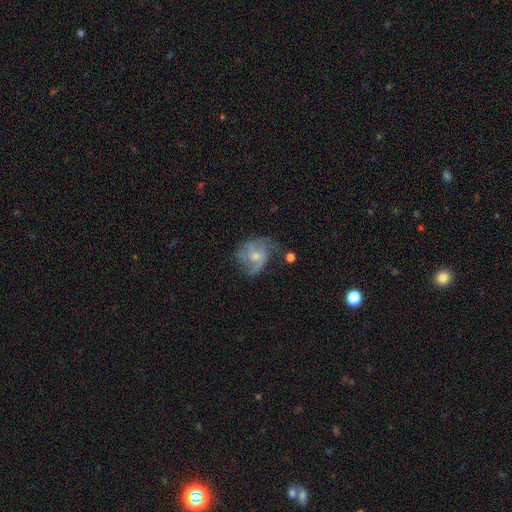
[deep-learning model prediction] Overall: featured or disk (61%; smooth 31%). Edge-on disk: no (97%). Bar: no (71%). Spiral arms: yes (77%). Bulge size: small (47%; moderate 45%). Merging: none (42%; minor disturbance 29%).